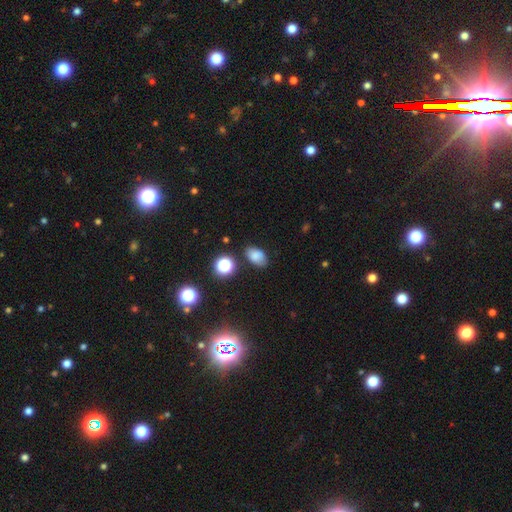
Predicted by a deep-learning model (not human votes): This is likely a smooth galaxy (79%). How rounded: clearly in between (86%). Merging: likely none (76%).